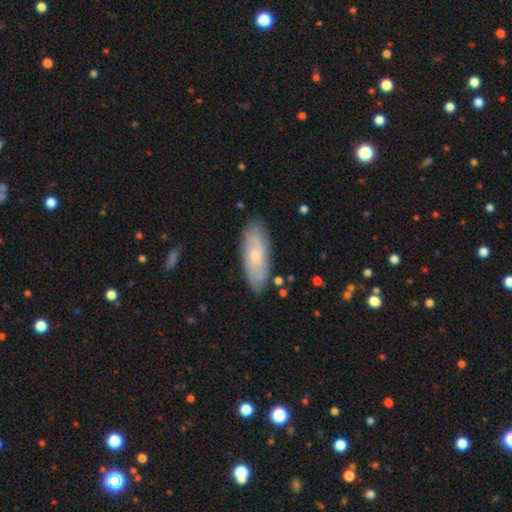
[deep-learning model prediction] The model was most divided on "smooth or featured": smooth: 53%, featured or disk: 41%, star or artifact: 6%. More confident: merging — none (82%); how rounded — in between (69%).